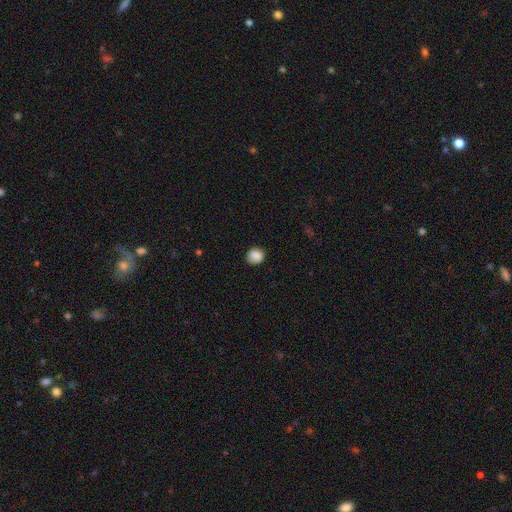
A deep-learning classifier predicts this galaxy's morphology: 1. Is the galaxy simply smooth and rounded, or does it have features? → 87% smooth, 9% star or artifact, 4% featured or disk.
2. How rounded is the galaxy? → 77% round, 22% in between, 1% cigar-shaped.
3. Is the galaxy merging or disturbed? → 82% none, 14% minor disturbance, 3% major disturbance, 1% merger.